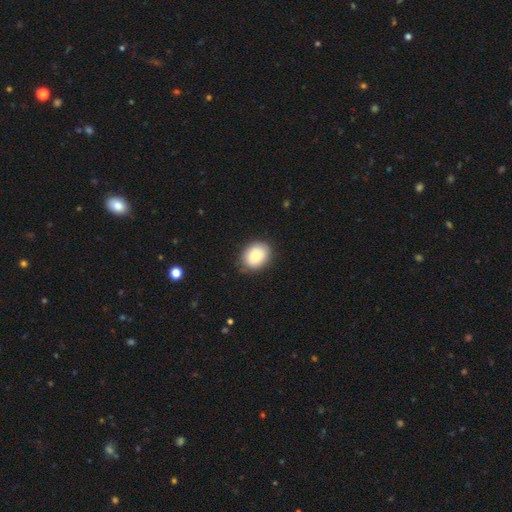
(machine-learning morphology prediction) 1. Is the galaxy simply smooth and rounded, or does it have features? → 81% smooth, 12% featured or disk, 7% star or artifact.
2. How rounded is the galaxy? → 54% in between, 45% round, 1% cigar-shaped.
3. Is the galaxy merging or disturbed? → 84% none, 12% minor disturbance, 3% major disturbance, 1% merger.